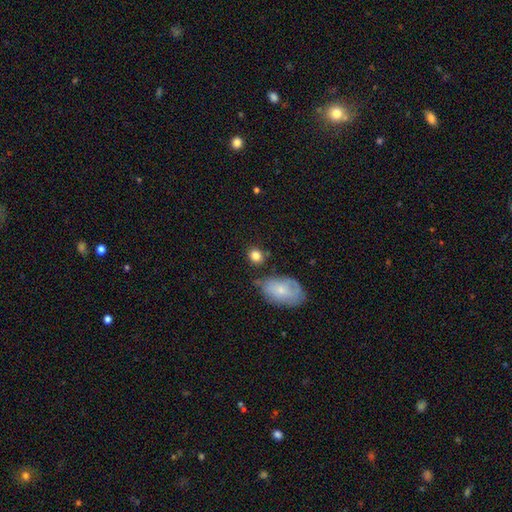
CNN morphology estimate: Smooth or featured?
  - smooth: 84% *
  - featured or disk: 8%
  - star or artifact: 8%
How rounded?
  - round: 74% *
  - in between: 24%
  - cigar-shaped: 1%
Merging?
  - none: 74% *
  - minor disturbance: 14%
  - merger: 8%
  - major disturbance: 5%